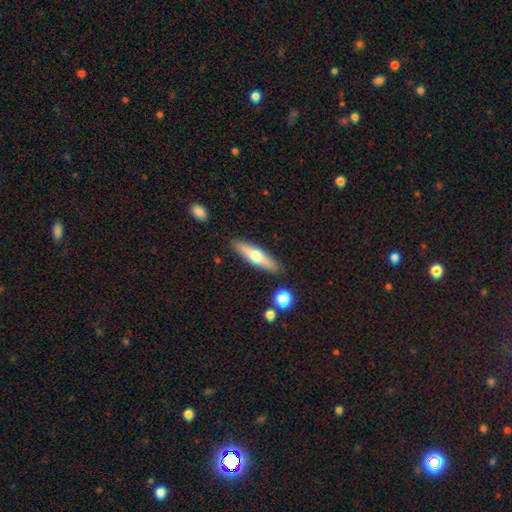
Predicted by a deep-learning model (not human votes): Smooth or featured? smooth (52%)
How rounded? cigar-shaped (75%)
Merging? none (87%)